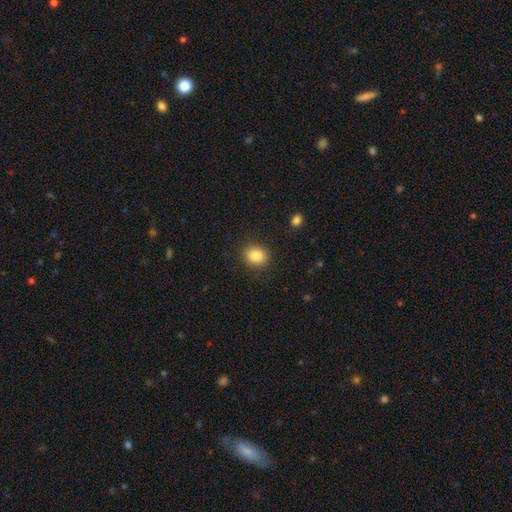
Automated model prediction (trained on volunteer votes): Q: Smooth or featured?
A: smooth (86%); runner-up: star or artifact (9%)
Q: How rounded?
A: round (63%); runner-up: in between (36%)
Q: Merging?
A: none (88%); runner-up: minor disturbance (8%)